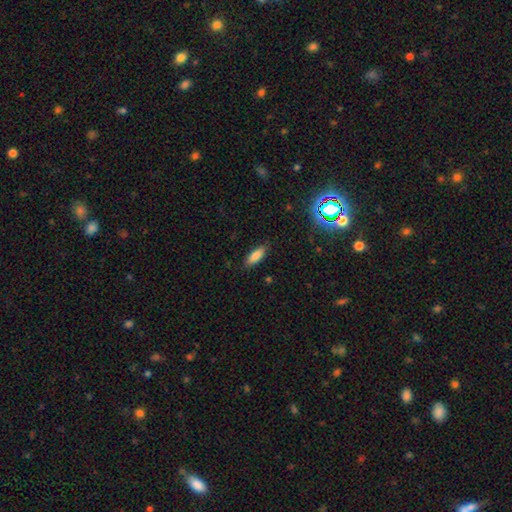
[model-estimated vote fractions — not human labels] Smooth or featured? Predicted: smooth (p=0.83). How rounded? Predicted: in between (p=0.70). Merging? Predicted: none (p=0.86).